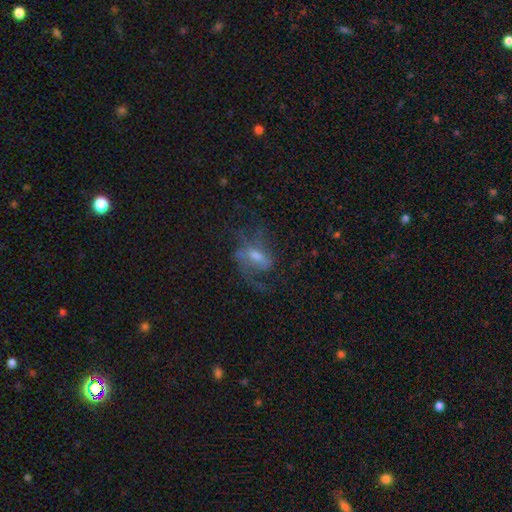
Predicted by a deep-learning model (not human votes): Morphology: type=featured or disk (71%); edge-on=no (95%); bar=weak (49%); spiral arms=yes (86%); winding=loose (46%); arm count=2 (47%); bulge=moderate (51%); merging=none (49%).